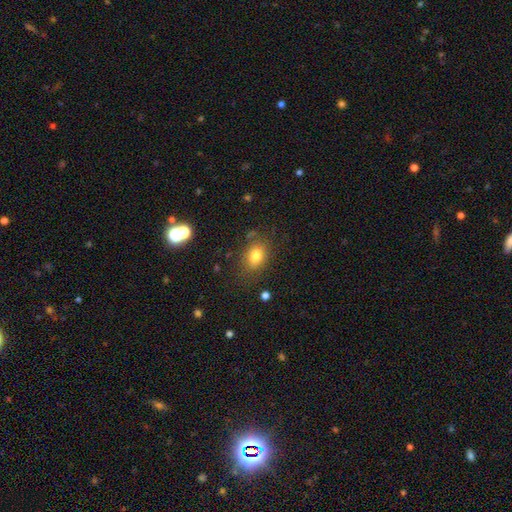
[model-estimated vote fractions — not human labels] A smooth galaxy with no disk features (78%) that is in between round and cigar-shaped (65%). Merging: none (75%).